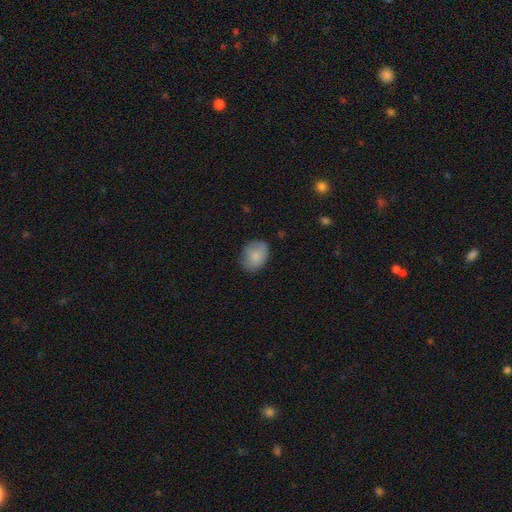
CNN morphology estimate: This appears to be a smooth galaxy with no disk features (83%) that is in between round and cigar-shaped (61%). Merging: none (72%).